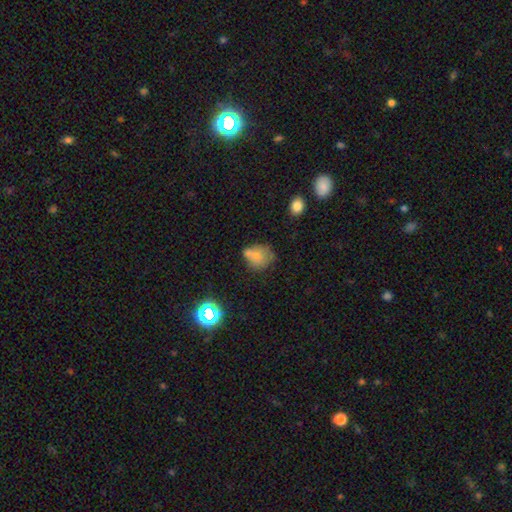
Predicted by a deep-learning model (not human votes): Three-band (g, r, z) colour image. It shows a smooth galaxy with no disk features (69%) that is round (61%). Merging: none (41%).